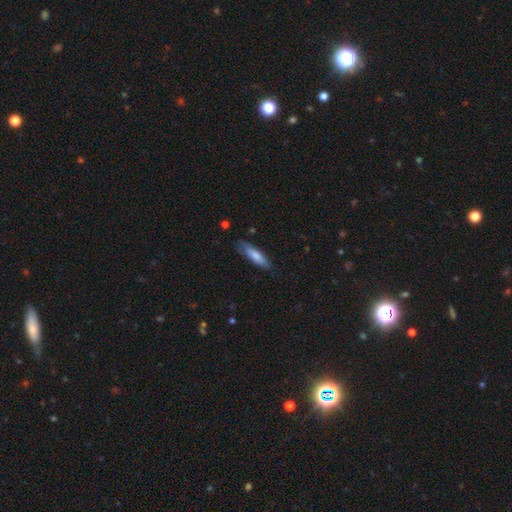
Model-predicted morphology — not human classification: type=smooth (72%); roundness=cigar-shaped (69%); merging=none (77%).